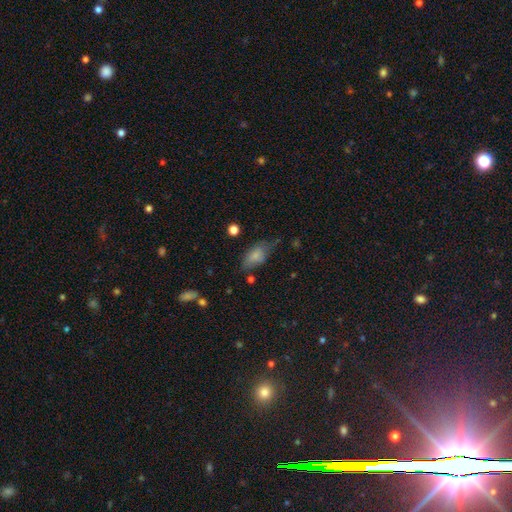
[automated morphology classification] This is likely a smooth galaxy (76%). How rounded: clearly in between (89%). Merging: possibly none (51%).